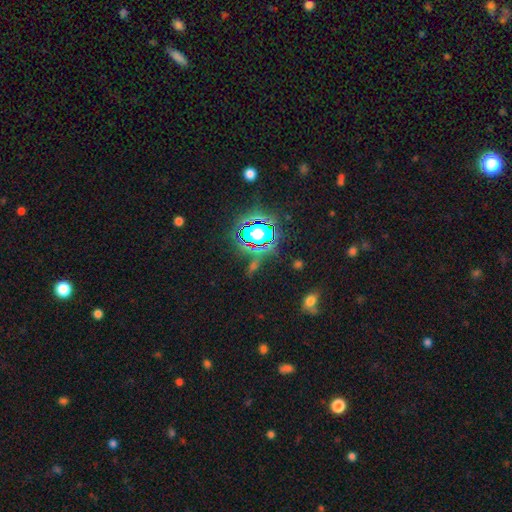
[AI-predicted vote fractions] Smooth or featured? star or artifact (80%)